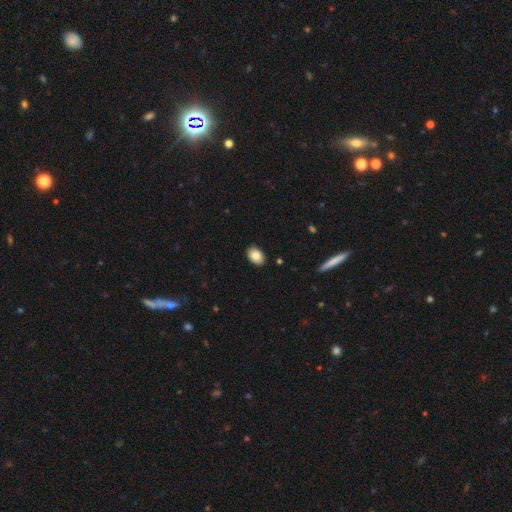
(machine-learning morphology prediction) type=smooth (87%); roundness=in between (87%); merging=none (89%).